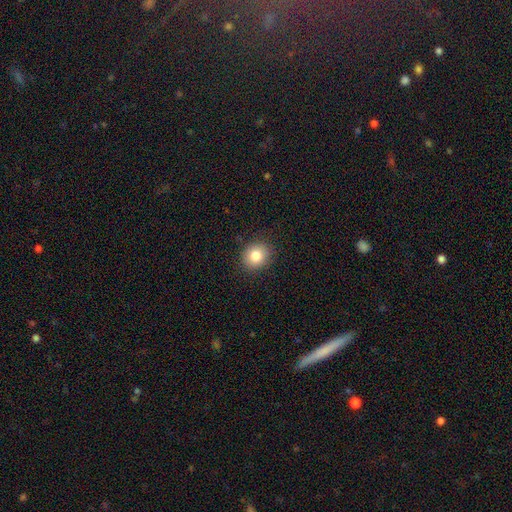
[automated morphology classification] type=smooth (82%); roundness=round (71%); merging=none (89%).